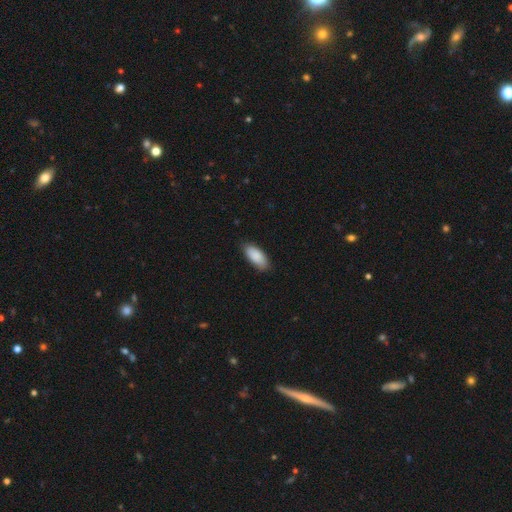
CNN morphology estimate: Smooth or featured?
  - smooth: 88% *
  - star or artifact: 6%
  - featured or disk: 6%
How rounded?
  - in between: 88% *
  - cigar-shaped: 10%
  - round: 2%
Merging?
  - none: 81% *
  - minor disturbance: 16%
  - major disturbance: 2%
  - merger: 1%